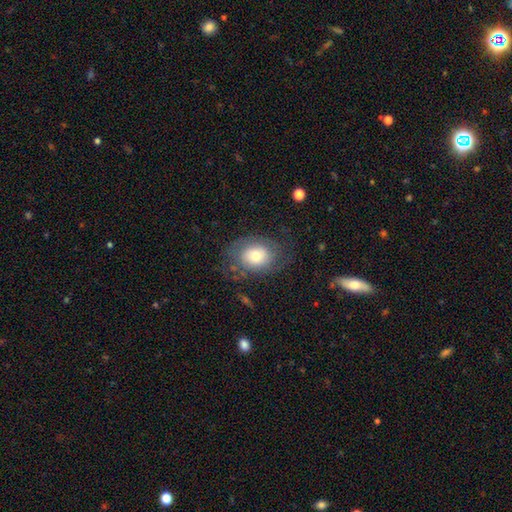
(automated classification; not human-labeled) Q: Smooth or featured?
A: smooth (55%); runner-up: featured or disk (37%)
Q: How rounded?
A: in between (64%); runner-up: round (35%)
Q: Merging?
A: none (62%); runner-up: minor disturbance (20%)